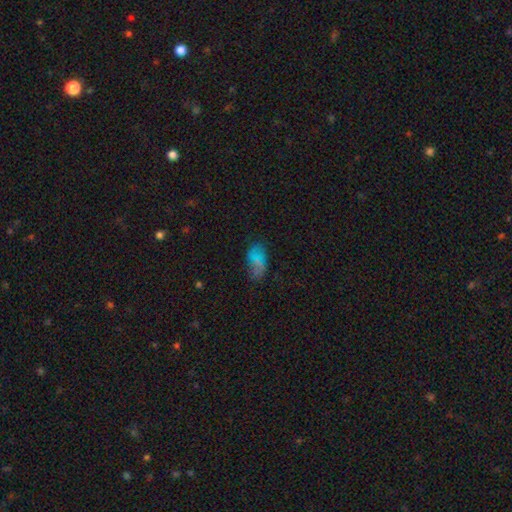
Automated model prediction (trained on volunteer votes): The model was most divided on "smooth or featured": smooth: 57%, featured or disk: 28%, star or artifact: 15%. More confident: how rounded — in between (90%); merging — none (65%).